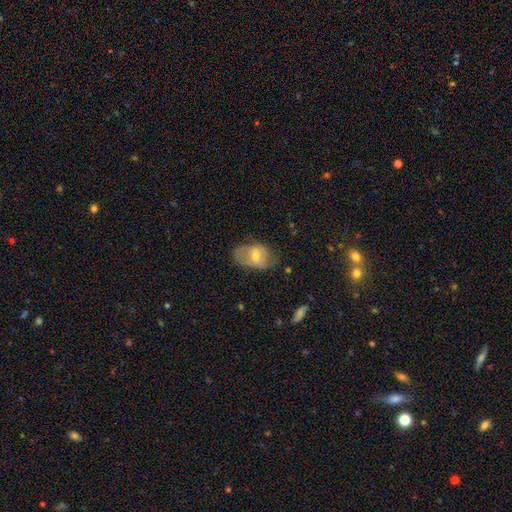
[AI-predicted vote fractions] The model was most divided on "smooth or featured": featured or disk: 49%, smooth: 44%, star or artifact: 7%. More confident: merging — none (53%).